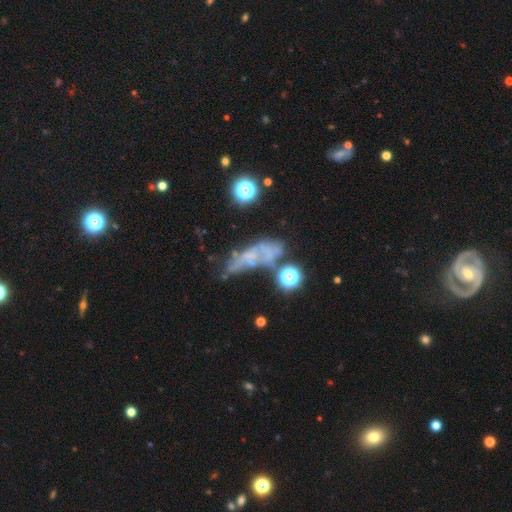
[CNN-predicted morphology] smooth_or_featured: featured or disk (p=0.45) [alt: smooth p=0.31]
merging: major disturbance (p=0.30) [alt: none p=0.29]